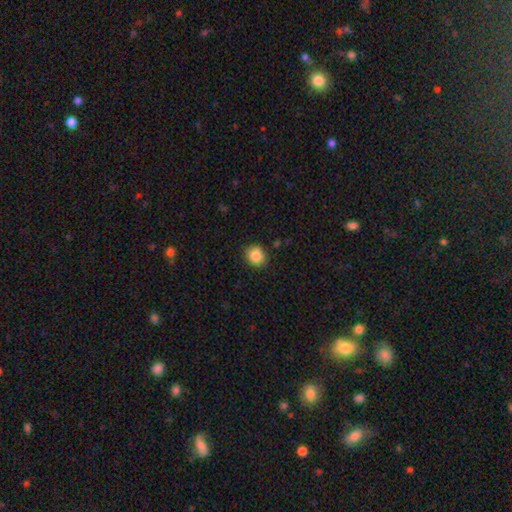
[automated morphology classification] Smooth or featured: smooth — 86% (star or artifact — 9%)
How rounded: round — 77% (in between — 22%)
Merging: none — 88% (minor disturbance — 9%)